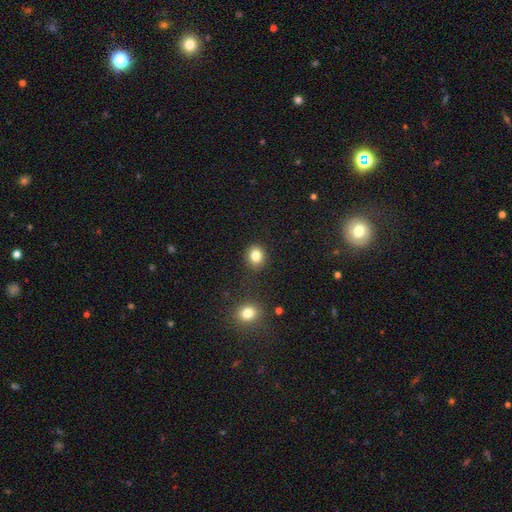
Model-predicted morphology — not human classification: Smooth or featured: smooth — 82% (star or artifact — 12%)
How rounded: round — 78% (in between — 21%)
Merging: none — 88% (minor disturbance — 7%)